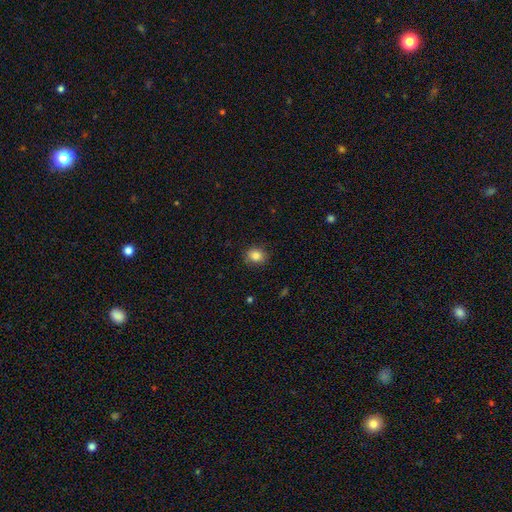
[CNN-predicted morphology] Smooth or featured?
  - smooth: 83% *
  - star or artifact: 11%
  - featured or disk: 7%
How rounded?
  - round: 72% *
  - in between: 27%
  - cigar-shaped: 1%
Merging?
  - none: 86% *
  - minor disturbance: 11%
  - major disturbance: 2%
  - merger: 1%